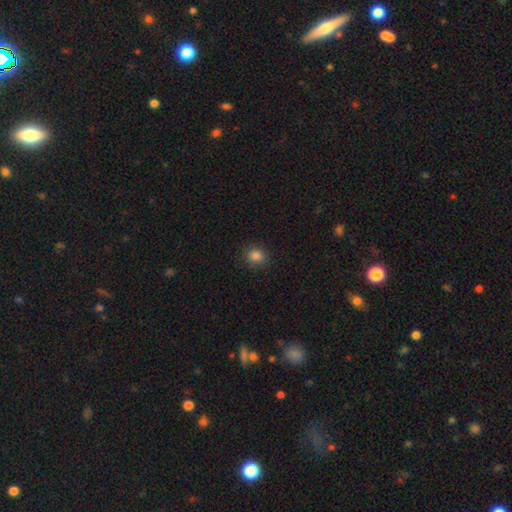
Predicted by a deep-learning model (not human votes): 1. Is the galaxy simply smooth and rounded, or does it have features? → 84% smooth, 12% star or artifact, 4% featured or disk.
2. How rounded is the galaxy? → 81% round, 18% in between, 1% cigar-shaped.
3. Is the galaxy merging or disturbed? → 90% none, 7% minor disturbance, 2% major disturbance, 1% merger.